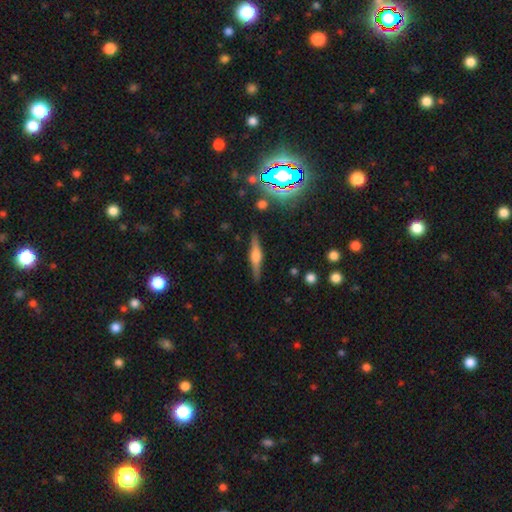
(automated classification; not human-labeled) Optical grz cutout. It shows a featured or disk galaxy (65%) viewed edge-on (97%) with a rounded central bulge (80%). Merging: none (87%).